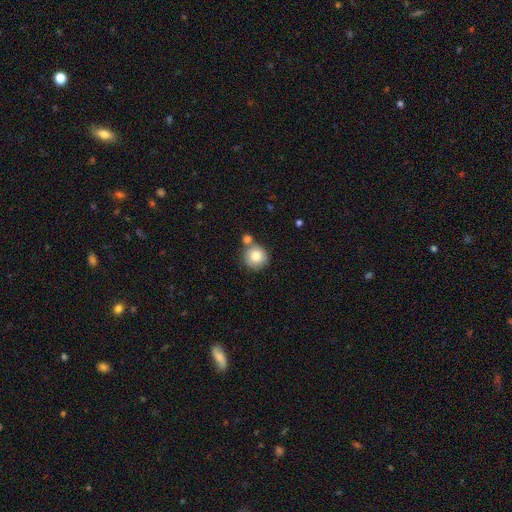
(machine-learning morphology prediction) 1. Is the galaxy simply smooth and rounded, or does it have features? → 82% smooth, 11% featured or disk, 8% star or artifact.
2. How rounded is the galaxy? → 92% round, 7% in between, 1% cigar-shaped.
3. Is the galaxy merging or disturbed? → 58% none, 26% merger, 12% minor disturbance, 4% major disturbance.